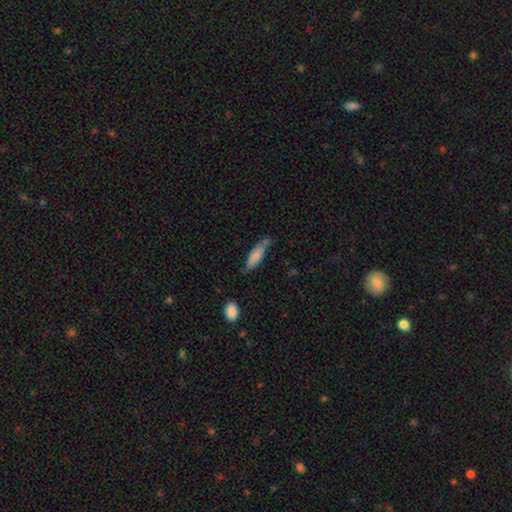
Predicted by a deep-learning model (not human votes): This is likely a smooth galaxy (78%). How rounded: possibly cigar-shaped (56%). Merging: possibly none (54%).